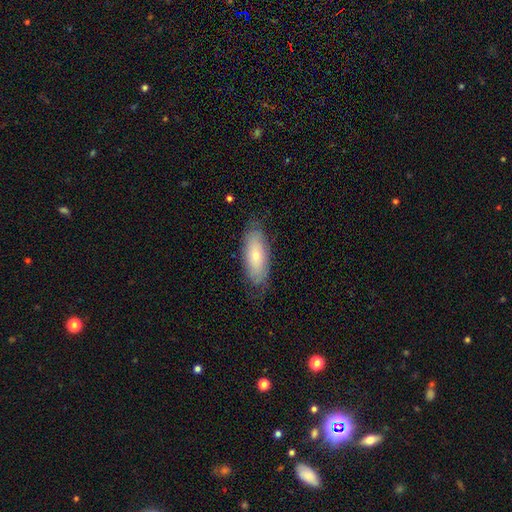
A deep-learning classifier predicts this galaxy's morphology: smooth-or-featured: smooth: 62% | featured or disk: 31% | star or artifact: 7%
  how-rounded: in between: 79% | cigar-shaped: 19% | round: 3%
  merging: none: 75% | minor disturbance: 19% | major disturbance: 5% | merger: 1%